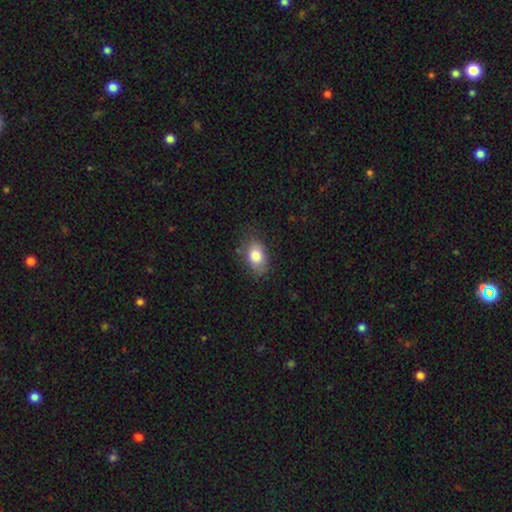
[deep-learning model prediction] Q: Smooth or featured?
A: smooth (82%); runner-up: featured or disk (10%)
Q: How rounded?
A: in between (81%); runner-up: round (17%)
Q: Merging?
A: none (74%); runner-up: minor disturbance (19%)